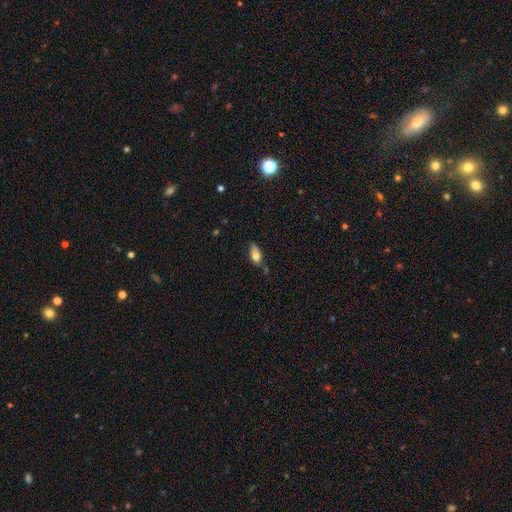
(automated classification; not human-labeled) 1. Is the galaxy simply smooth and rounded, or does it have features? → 72% smooth, 21% featured or disk, 7% star or artifact.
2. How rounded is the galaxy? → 82% in between, 13% cigar-shaped, 5% round.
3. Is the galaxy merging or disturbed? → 58% none, 30% minor disturbance, 7% major disturbance, 5% merger.